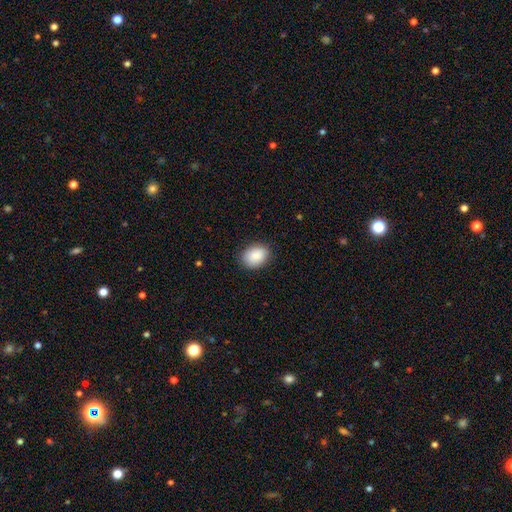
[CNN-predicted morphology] A smooth galaxy with no disk features (88%) that is in between round and cigar-shaped (67%). Merging: none (86%).